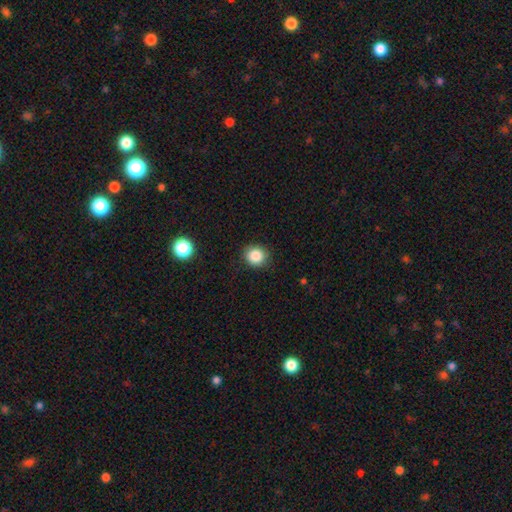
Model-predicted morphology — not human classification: Smooth or featured? Predicted: smooth (p=0.86). How rounded? Predicted: round (p=0.85). Merging? Predicted: none (p=0.89).